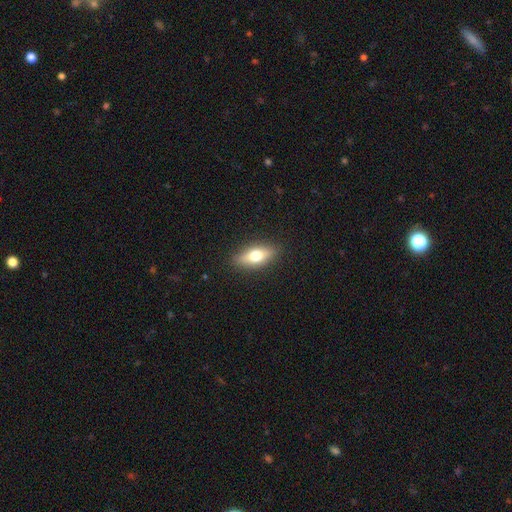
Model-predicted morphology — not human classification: Smooth or featured? smooth (63%)
How rounded? in between (71%)
Merging? none (88%)